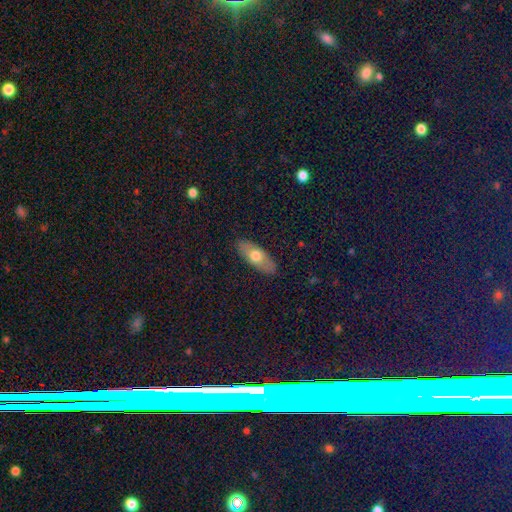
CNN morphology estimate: smooth-or-featured: smooth: 63% | featured or disk: 30% | star or artifact: 6%
  how-rounded: in between: 74% | cigar-shaped: 22% | round: 3%
  merging: none: 87% | minor disturbance: 10% | major disturbance: 2% | merger: 1%